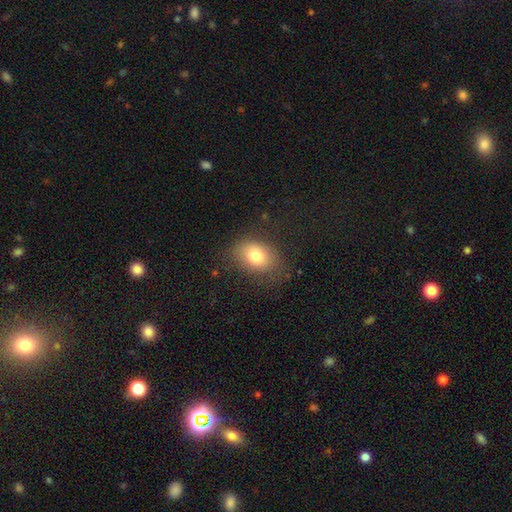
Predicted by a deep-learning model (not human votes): Q: Smooth or featured?
A: smooth (79%); runner-up: featured or disk (12%)
Q: How rounded?
A: in between (74%); runner-up: round (24%)
Q: Merging?
A: none (73%); runner-up: minor disturbance (18%)